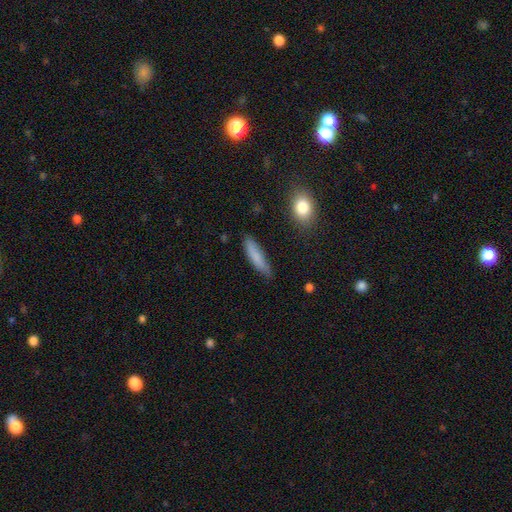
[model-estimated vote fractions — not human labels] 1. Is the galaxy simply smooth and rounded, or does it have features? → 81% smooth, 12% featured or disk, 7% star or artifact.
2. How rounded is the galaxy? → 77% cigar-shaped, 22% in between, 2% round.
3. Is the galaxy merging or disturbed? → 78% none, 17% minor disturbance, 3% major disturbance, 2% merger.